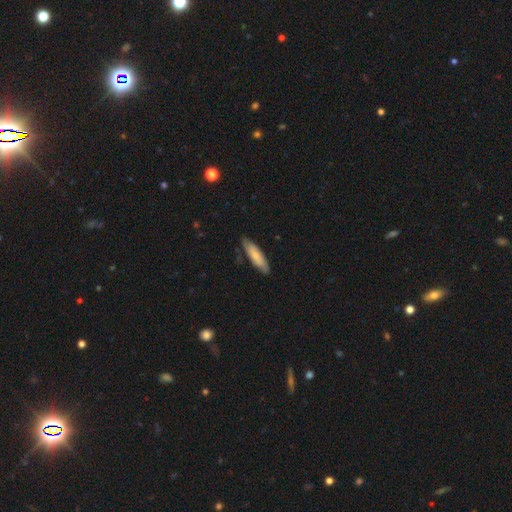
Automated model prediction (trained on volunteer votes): Q: Smooth or featured?
A: smooth (69%); runner-up: featured or disk (25%)
Q: How rounded?
A: cigar-shaped (61%); runner-up: in between (38%)
Q: Merging?
A: none (80%); runner-up: minor disturbance (16%)